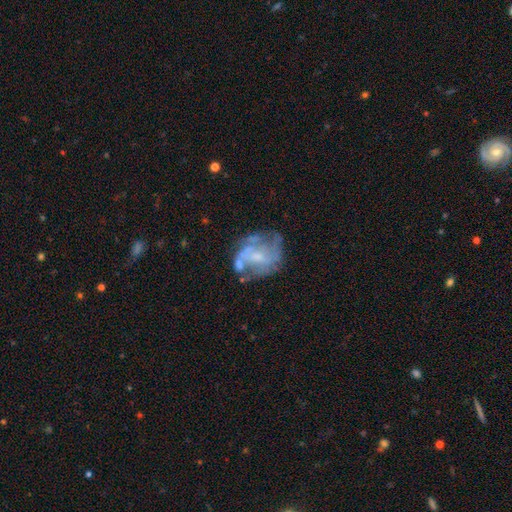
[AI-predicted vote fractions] Overall: featured or disk (71%). Edge-on disk: no (98%). Bar: no (59%; weak 33%). Spiral arms: yes (56%; no 44%). Bulge size: small (42%; moderate 35%). Merging: none (46%; minor disturbance 24%).